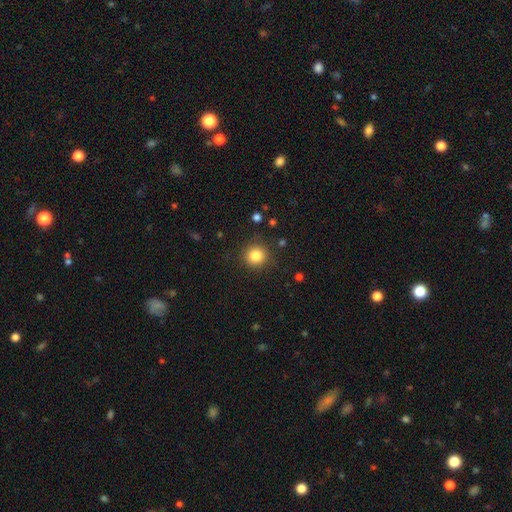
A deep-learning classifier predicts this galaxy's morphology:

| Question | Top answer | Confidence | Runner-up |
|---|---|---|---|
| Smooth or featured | smooth | 83% | star or artifact (11%) |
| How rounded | round | 94% | in between (5%) |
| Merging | none | 89% | minor disturbance (7%) |